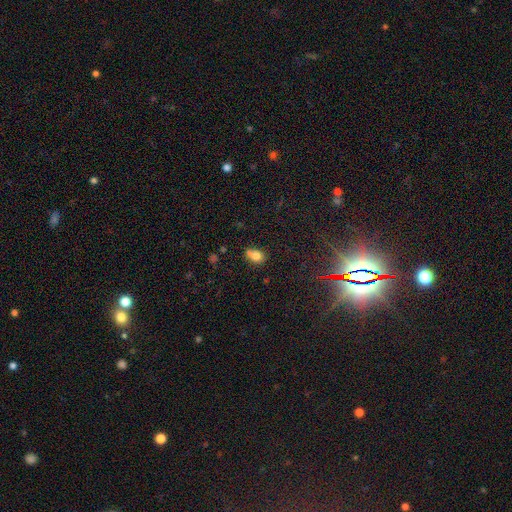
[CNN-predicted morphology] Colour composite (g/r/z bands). It shows a smooth galaxy with no disk features (75%) that is in between round and cigar-shaped (62%). Merging: none (48%).